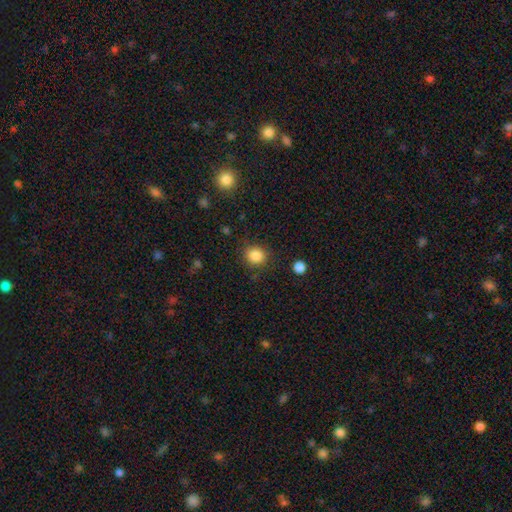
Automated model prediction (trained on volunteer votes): smooth-or-featured: smooth: 85% | star or artifact: 11% | featured or disk: 4%
  how-rounded: round: 79% | in between: 20% | cigar-shaped: 1%
  merging: none: 85% | minor disturbance: 10% | major disturbance: 4% | merger: 2%